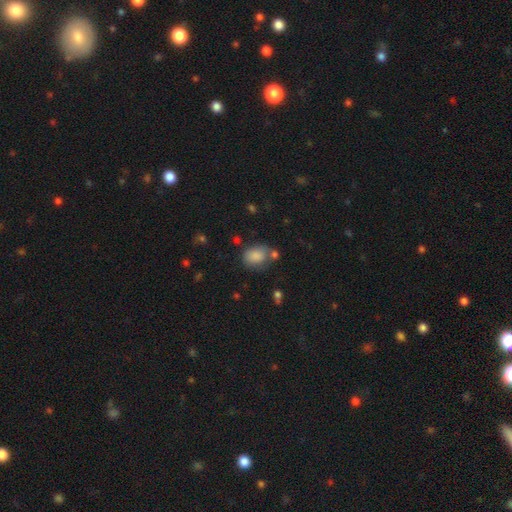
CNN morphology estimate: Smooth or featured?
  - smooth: 84% *
  - star or artifact: 9%
  - featured or disk: 7%
How rounded?
  - in between: 59% *
  - round: 40%
  - cigar-shaped: 1%
Merging?
  - none: 56% *
  - minor disturbance: 22%
  - merger: 14%
  - major disturbance: 8%